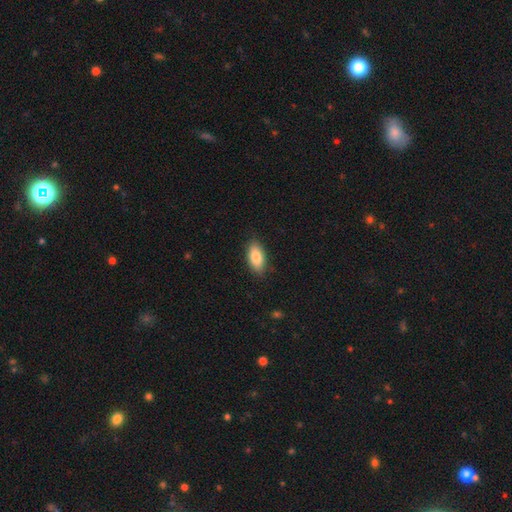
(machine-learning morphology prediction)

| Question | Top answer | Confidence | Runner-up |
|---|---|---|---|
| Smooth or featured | smooth | 82% | featured or disk (11%) |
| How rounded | in between | 89% | cigar-shaped (8%) |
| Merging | none | 86% | minor disturbance (11%) |